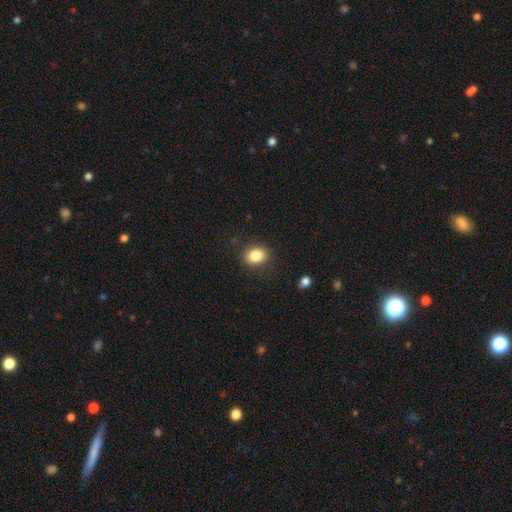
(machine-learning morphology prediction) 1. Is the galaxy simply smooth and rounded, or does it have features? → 84% smooth, 10% star or artifact, 6% featured or disk.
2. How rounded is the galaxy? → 50% round, 49% in between, 1% cigar-shaped.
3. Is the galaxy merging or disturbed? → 86% none, 10% minor disturbance, 3% major disturbance, 1% merger.